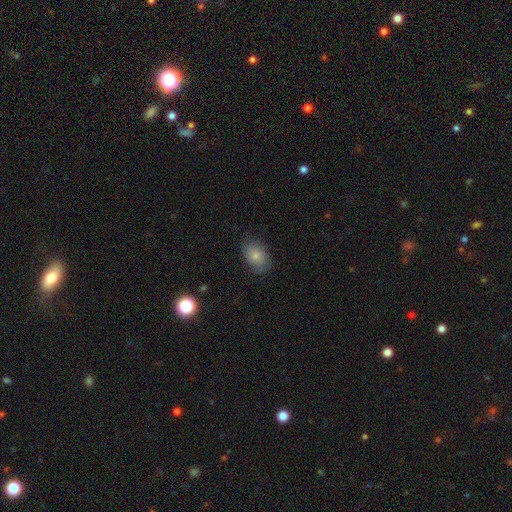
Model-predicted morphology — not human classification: Smooth or featured?
  - smooth: 78% *
  - featured or disk: 14%
  - star or artifact: 8%
How rounded?
  - in between: 75% *
  - round: 24%
  - cigar-shaped: 1%
Merging?
  - none: 72% *
  - minor disturbance: 21%
  - major disturbance: 6%
  - merger: 1%